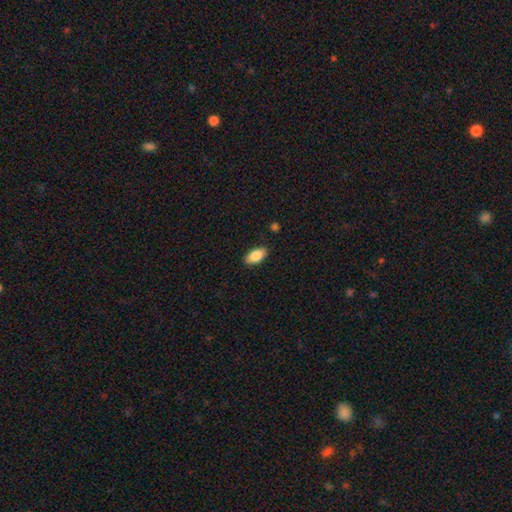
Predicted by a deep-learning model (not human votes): smooth_or_featured: smooth (p=0.87) [alt: star or artifact p=0.07]
how_rounded: in between (p=0.93) [alt: cigar-shaped p=0.04]
merging: none (p=0.86) [alt: minor disturbance p=0.10]